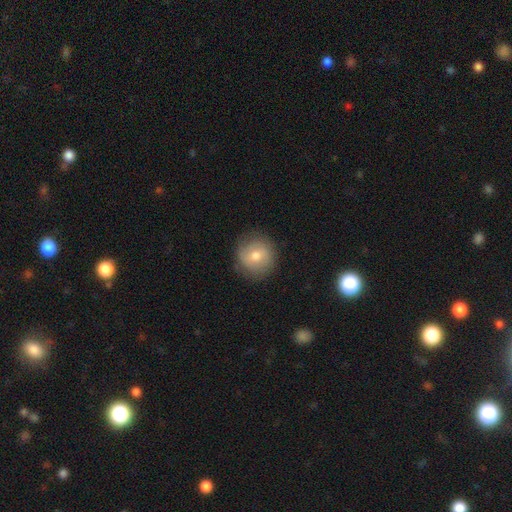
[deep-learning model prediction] smooth 65%, featured or disk 26%, star or artifact 9%. Down the decision tree: how rounded — round (91%); merging — none (83%).